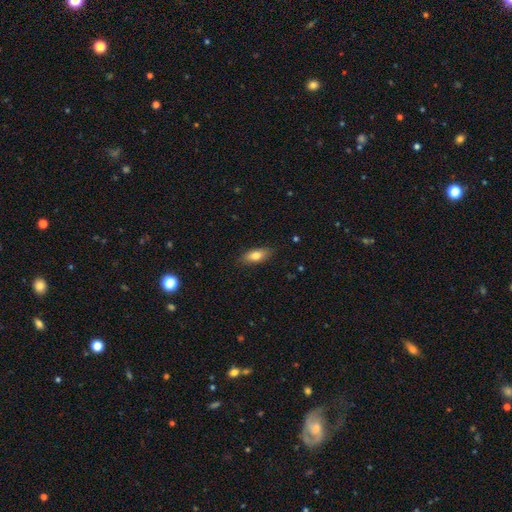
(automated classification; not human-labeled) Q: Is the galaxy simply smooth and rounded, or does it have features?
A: smooth — 78%.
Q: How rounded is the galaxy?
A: in between — 82%.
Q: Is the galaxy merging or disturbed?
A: none — 85%.